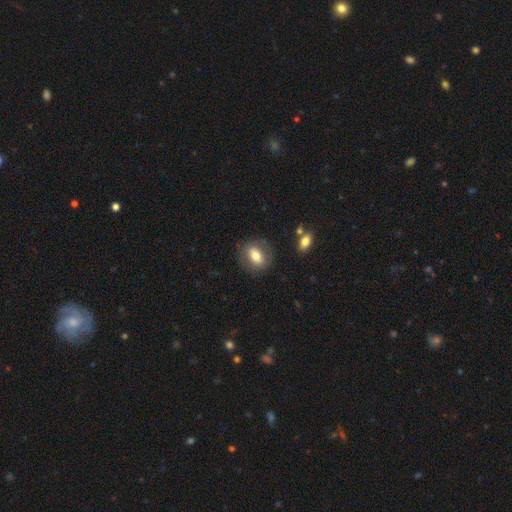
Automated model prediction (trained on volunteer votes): smooth-or-featured: smooth: 68% | featured or disk: 25% | star or artifact: 8%
  how-rounded: in between: 67% | round: 31% | cigar-shaped: 2%
  merging: none: 79% | minor disturbance: 13% | major disturbance: 6% | merger: 2%